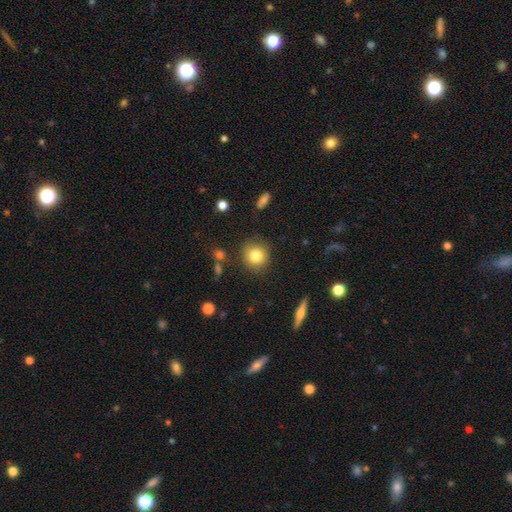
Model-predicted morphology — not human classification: Smooth or featured: smooth — 81% (star or artifact — 10%)
How rounded: round — 88% (in between — 11%)
Merging: none — 85% (minor disturbance — 10%)